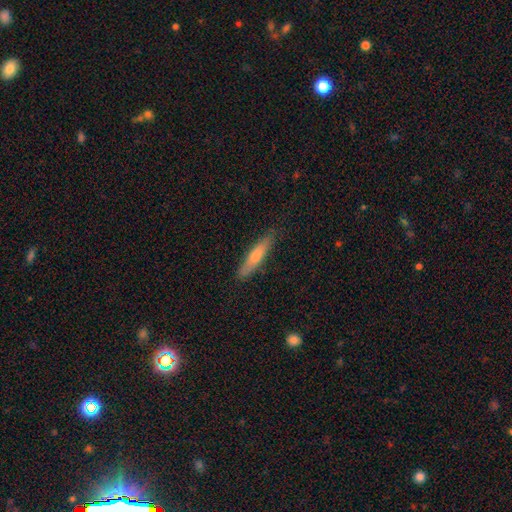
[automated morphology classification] smooth_or_featured: smooth (p=0.70) [alt: featured or disk p=0.25]
how_rounded: cigar-shaped (p=0.88) [alt: in between p=0.11]
merging: none (p=0.84) [alt: minor disturbance p=0.12]